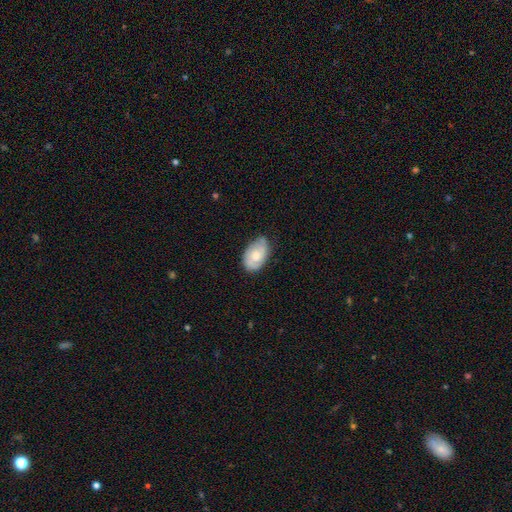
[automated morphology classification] This is possibly a smooth galaxy (47%). Merging: likely none (66%).